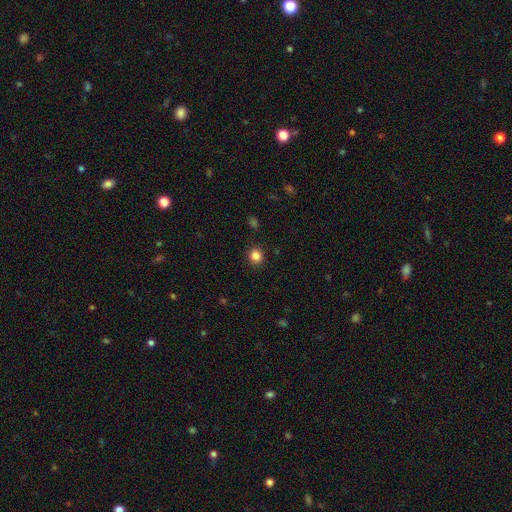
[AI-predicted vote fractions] This is clearly a smooth galaxy (84%). How rounded: clearly round (88%). Merging: clearly none (91%).